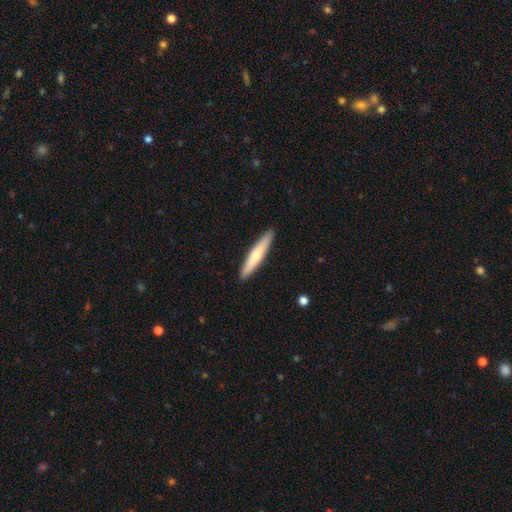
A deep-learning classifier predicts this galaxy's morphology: Q: Smooth or featured?
A: smooth (63%); runner-up: featured or disk (33%)
Q: How rounded?
A: cigar-shaped (92%); runner-up: in between (6%)
Q: Merging?
A: none (91%); runner-up: minor disturbance (7%)